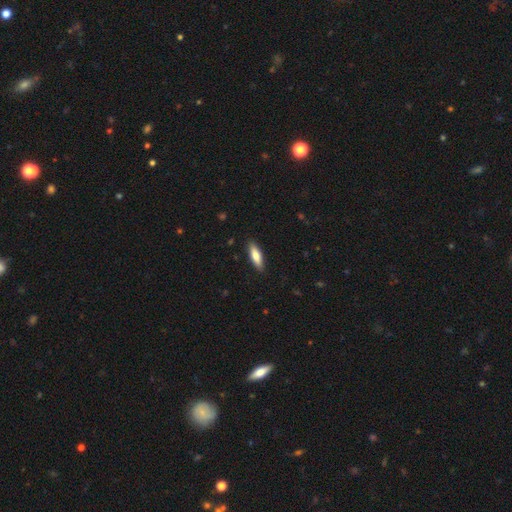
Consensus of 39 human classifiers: Smooth or featured? 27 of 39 (69%) said smooth. How rounded? 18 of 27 (67%) said cigar-shaped. Merging? 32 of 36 (89%) said none.